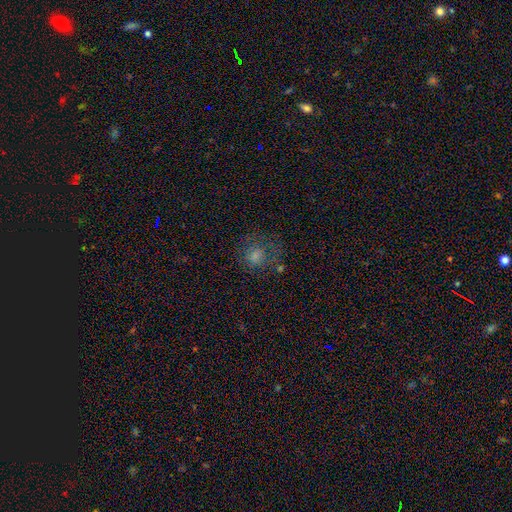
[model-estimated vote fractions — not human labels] This is likely a smooth galaxy (63%). How rounded: likely round (71%). Merging: possibly none (55%).